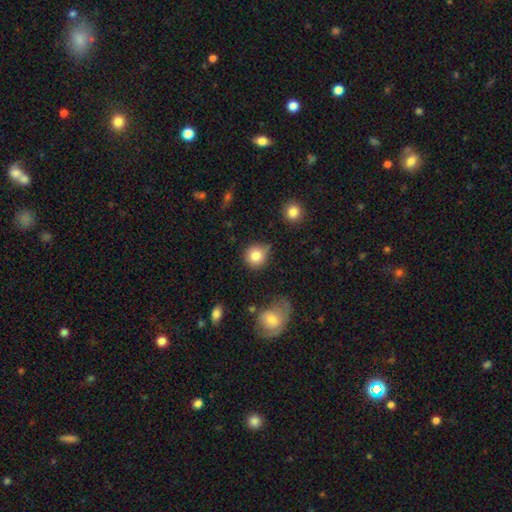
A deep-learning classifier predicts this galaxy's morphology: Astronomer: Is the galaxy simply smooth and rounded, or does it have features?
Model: smooth — 83%.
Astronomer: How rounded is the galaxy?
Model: round — 89%.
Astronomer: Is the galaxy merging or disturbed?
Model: none — 67%.